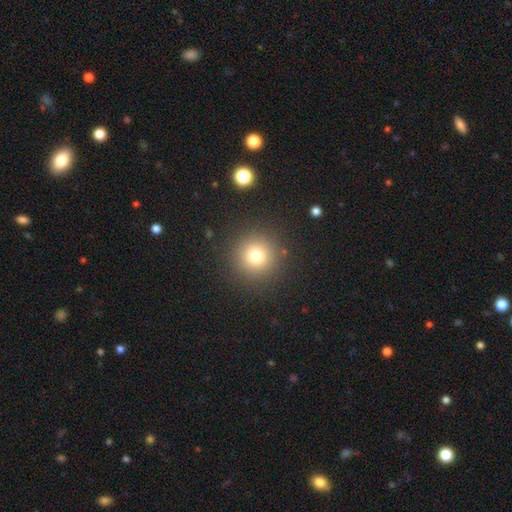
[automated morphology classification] Q: Smooth or featured?
A: smooth (76%); runner-up: star or artifact (15%)
Q: How rounded?
A: round (95%); runner-up: in between (4%)
Q: Merging?
A: none (89%); runner-up: minor disturbance (6%)